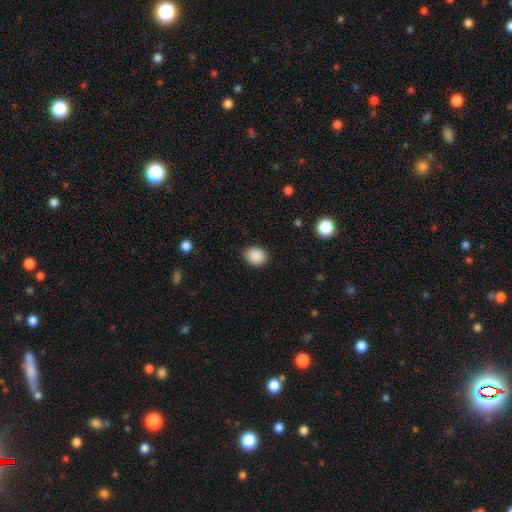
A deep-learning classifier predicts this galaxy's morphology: Overall: smooth (89%). How rounded: round (54%; in between 45%). Merging: none (87%).